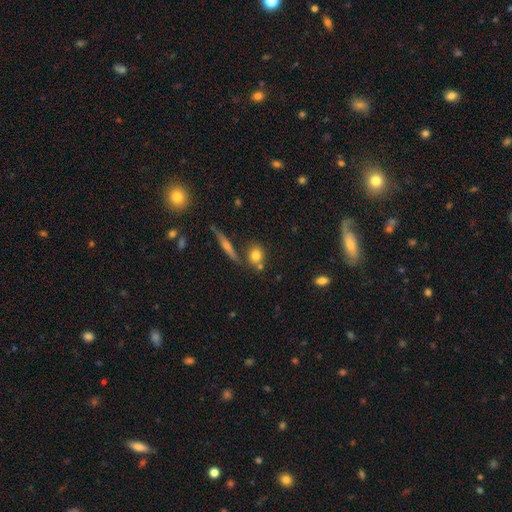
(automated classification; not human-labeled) Q: Smooth or featured?
A: smooth (76%); runner-up: featured or disk (13%)
Q: How rounded?
A: round (69%); runner-up: in between (26%)
Q: Merging?
A: none (65%); runner-up: merger (19%)